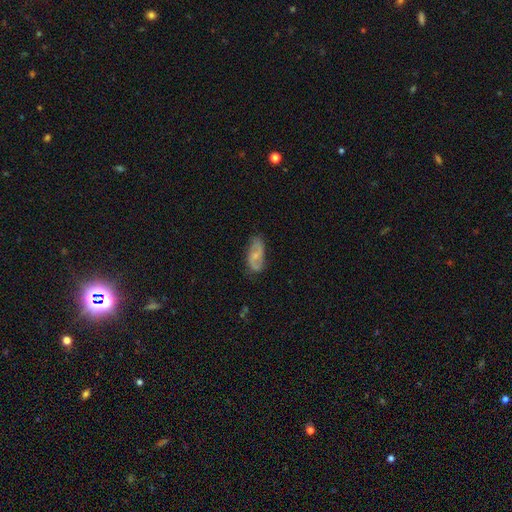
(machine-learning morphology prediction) type=featured or disk (61%); edge-on=no (94%); bar=no (49%); spiral arms=yes (89%); winding=loose (45%); arm count=2 (87%); bulge=small (57%); merging=none (74%).